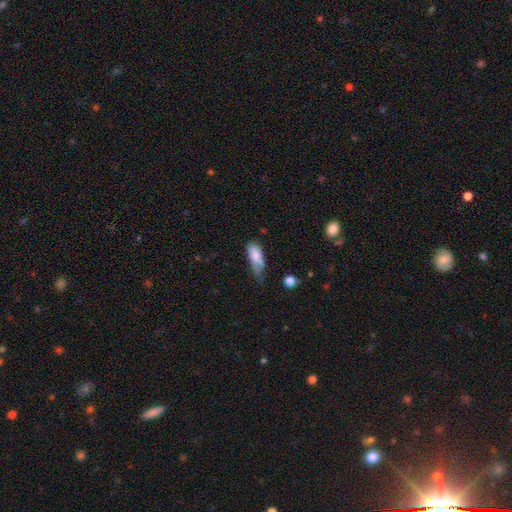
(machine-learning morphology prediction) smooth-or-featured: smooth: 78% | featured or disk: 15% | star or artifact: 7%
  how-rounded: in between: 76% | cigar-shaped: 22% | round: 2%
  merging: minor disturbance: 46% | none: 28% | major disturbance: 22% | merger: 3%